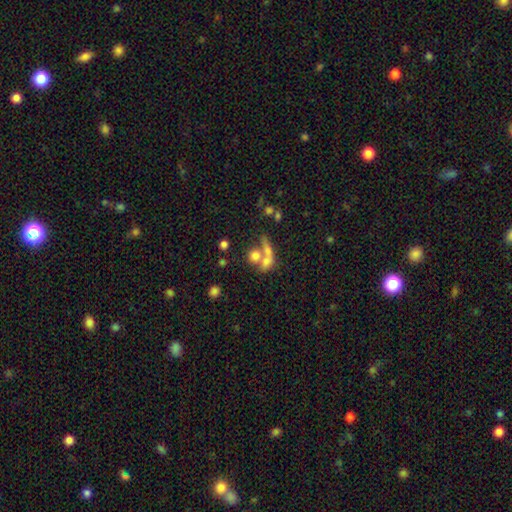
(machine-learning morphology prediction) Smooth or featured? smooth (65%)
How rounded? round (56%)
Merging? merger (56%)